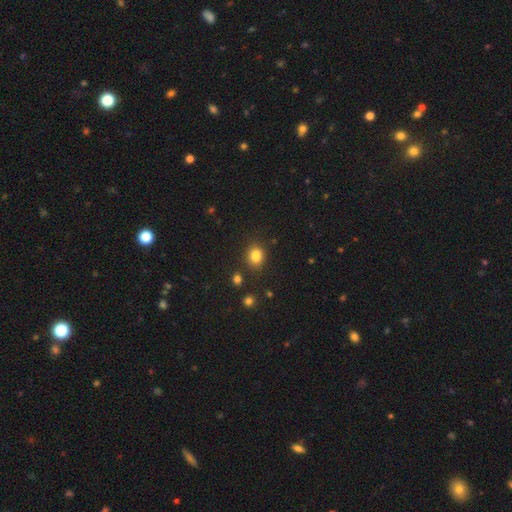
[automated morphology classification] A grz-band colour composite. It shows a smooth galaxy with no disk features (83%) that is round (51%). Merging: none (76%).